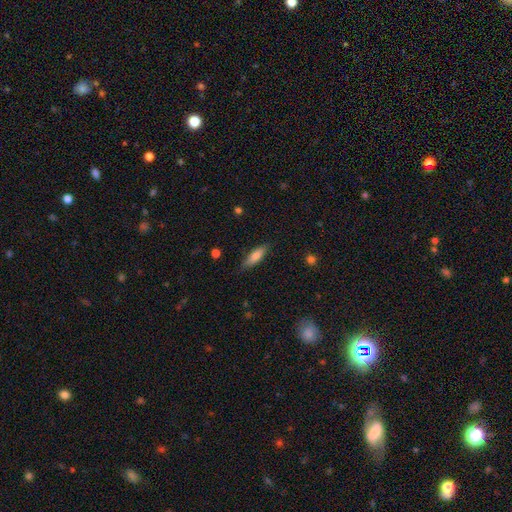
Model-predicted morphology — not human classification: The model was most divided on "how rounded": cigar-shaped: 54%, in between: 44%, round: 2%. More confident: merging — none (82%); smooth or featured — smooth (74%).